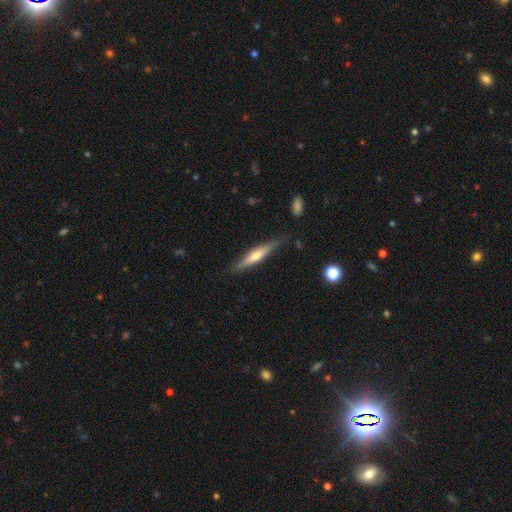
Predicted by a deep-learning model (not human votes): The model was most divided on "smooth or featured": featured or disk: 55%, smooth: 39%, star or artifact: 6%. More confident: edge-on disk — yes (95%); merging — none (82%); edge-on bulge — rounded (78%).